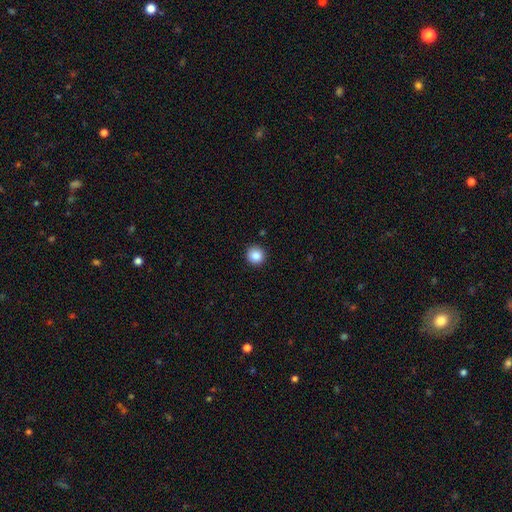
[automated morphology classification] Q: Smooth or featured?
A: smooth (87%); runner-up: star or artifact (10%)
Q: How rounded?
A: round (95%); runner-up: in between (4%)
Q: Merging?
A: none (92%); runner-up: minor disturbance (5%)